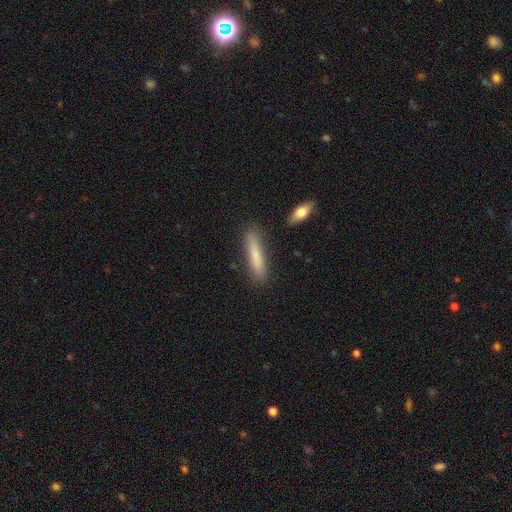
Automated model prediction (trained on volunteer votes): This is likely a smooth galaxy (76%). How rounded: clearly cigar-shaped (86%). Merging: clearly none (84%).